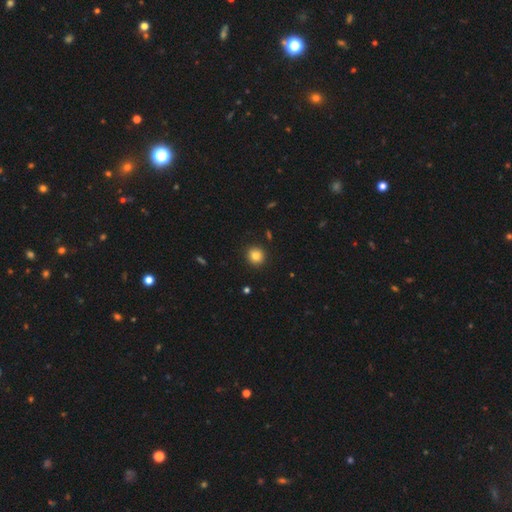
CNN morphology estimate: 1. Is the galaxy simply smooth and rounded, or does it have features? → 83% smooth, 11% star or artifact, 6% featured or disk.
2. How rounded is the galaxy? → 91% round, 8% in between, 1% cigar-shaped.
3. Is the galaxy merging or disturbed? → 92% none, 6% minor disturbance, 2% major disturbance, 1% merger.